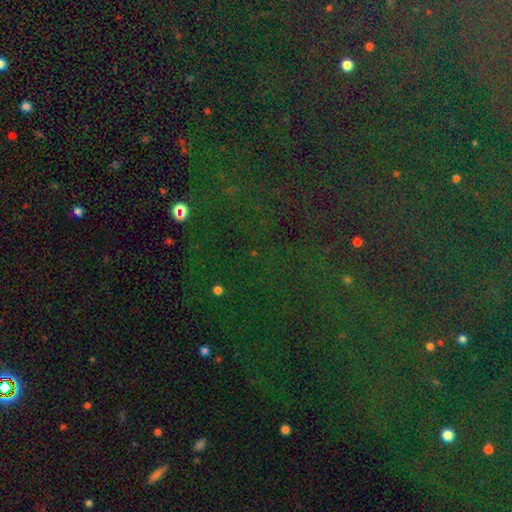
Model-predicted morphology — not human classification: Smooth or featured? Predicted: star or artifact (p=0.82).